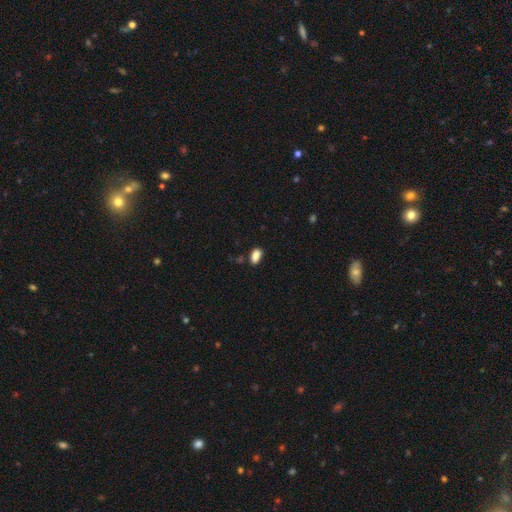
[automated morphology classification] The model was most divided on "merging": none: 74%, minor disturbance: 18%, merger: 4%, major disturbance: 4%. More confident: how rounded — in between (91%); smooth or featured — smooth (87%).